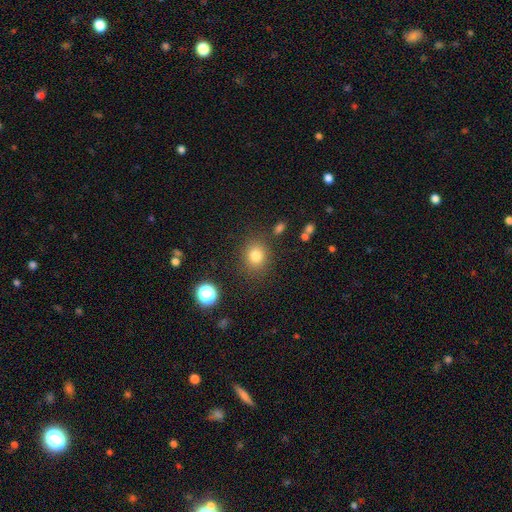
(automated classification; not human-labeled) smooth-or-featured: smooth: 80% | star or artifact: 13% | featured or disk: 7%
  how-rounded: round: 76% | in between: 23% | cigar-shaped: 1%
  merging: none: 84% | minor disturbance: 10% | major disturbance: 4% | merger: 3%